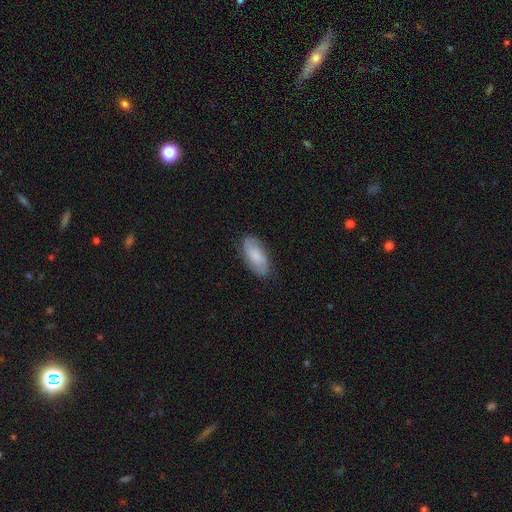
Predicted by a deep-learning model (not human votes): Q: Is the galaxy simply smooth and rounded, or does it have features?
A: smooth — 65%.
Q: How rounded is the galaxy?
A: in between — 88%.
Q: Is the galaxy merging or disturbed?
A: none — 82%.